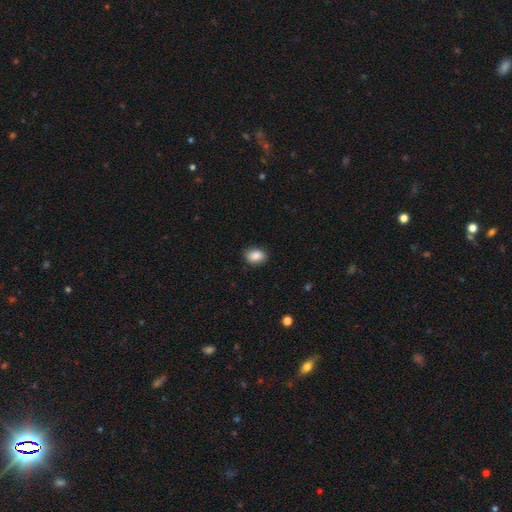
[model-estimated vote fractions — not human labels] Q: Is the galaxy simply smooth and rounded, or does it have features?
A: smooth — 87%.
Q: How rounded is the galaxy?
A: in between — 75%.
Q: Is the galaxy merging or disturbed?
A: none — 87%.